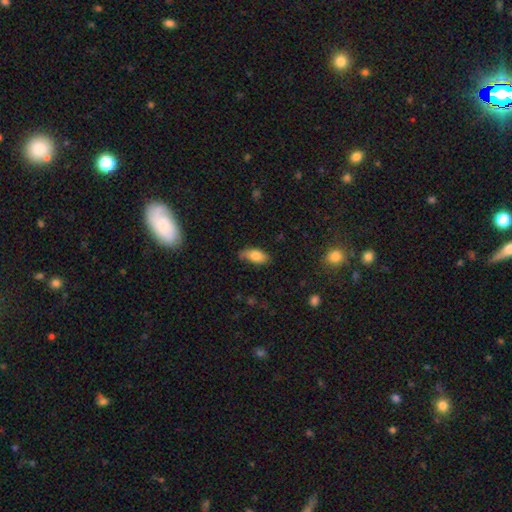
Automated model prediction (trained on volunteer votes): smooth-or-featured: smooth: 78% | featured or disk: 14% | star or artifact: 8%
  how-rounded: in between: 90% | cigar-shaped: 7% | round: 3%
  merging: none: 64% | minor disturbance: 28% | major disturbance: 6% | merger: 2%